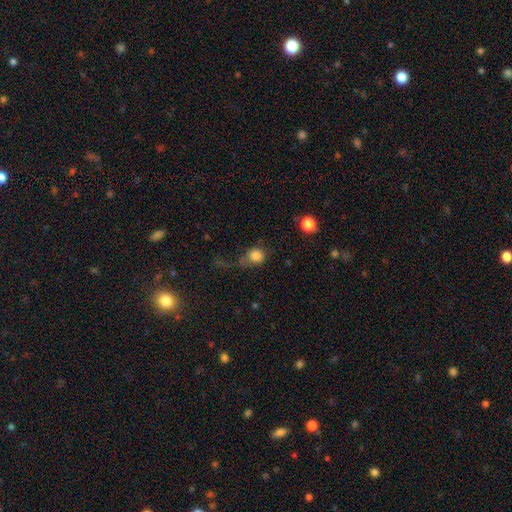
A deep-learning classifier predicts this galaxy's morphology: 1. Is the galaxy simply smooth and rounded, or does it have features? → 80% smooth, 11% star or artifact, 10% featured or disk.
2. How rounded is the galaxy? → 75% round, 23% in between, 1% cigar-shaped.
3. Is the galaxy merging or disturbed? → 36% none, 34% major disturbance, 22% minor disturbance, 8% merger.